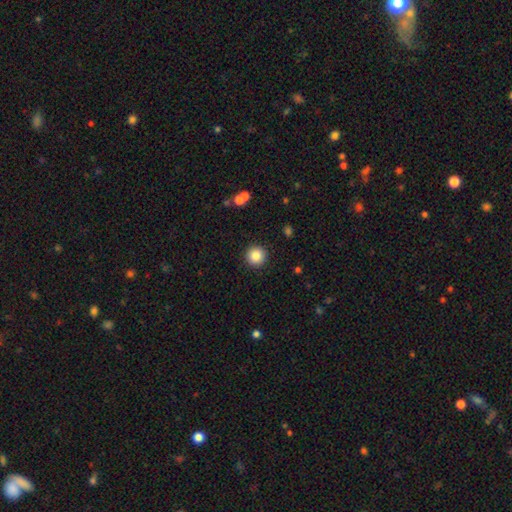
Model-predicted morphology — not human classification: Smooth or featured? smooth (84%)
How rounded? round (95%)
Merging? none (92%)